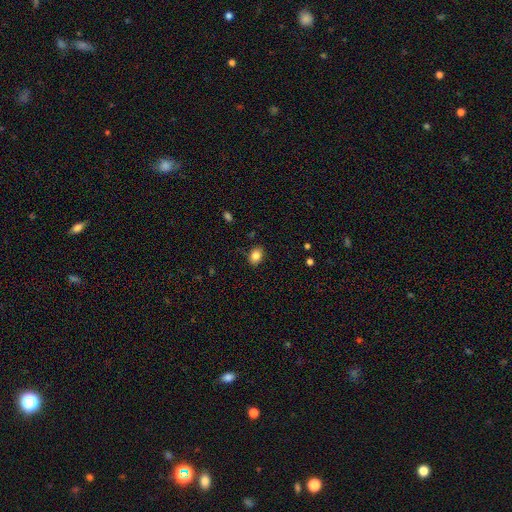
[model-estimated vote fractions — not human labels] This is clearly a smooth galaxy (85%). How rounded: likely in between (69%). Merging: clearly none (86%).